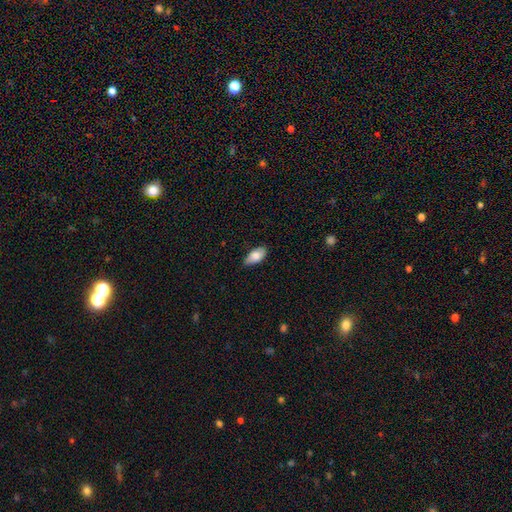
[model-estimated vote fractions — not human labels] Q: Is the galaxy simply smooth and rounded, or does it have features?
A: smooth — 81%.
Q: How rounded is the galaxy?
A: in between — 91%.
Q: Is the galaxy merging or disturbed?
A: none — 76%.